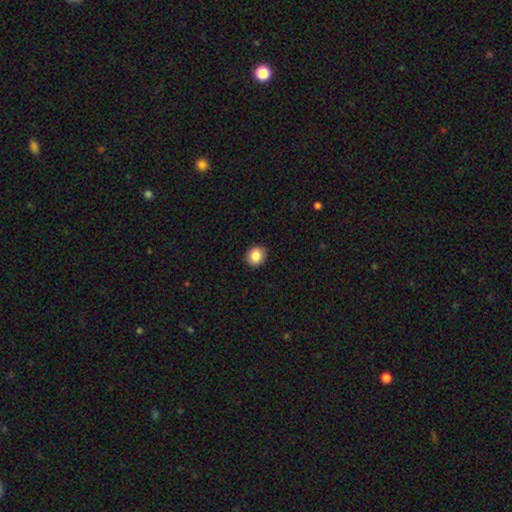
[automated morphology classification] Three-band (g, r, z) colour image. It shows a smooth galaxy with no disk features (86%) that is round (77%). Merging: none (90%).